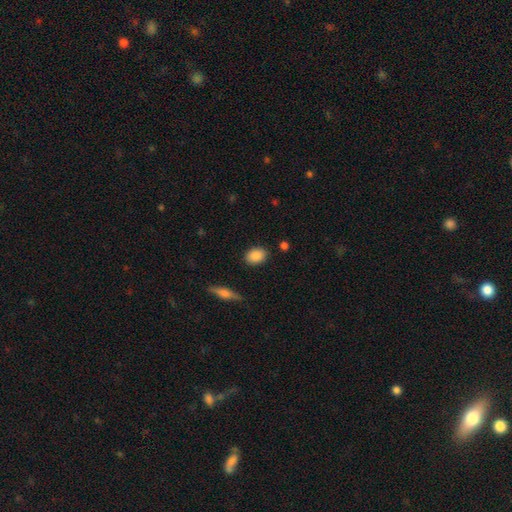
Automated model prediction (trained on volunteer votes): This is clearly a smooth galaxy (88%). How rounded: likely in between (72%). Merging: clearly none (86%).